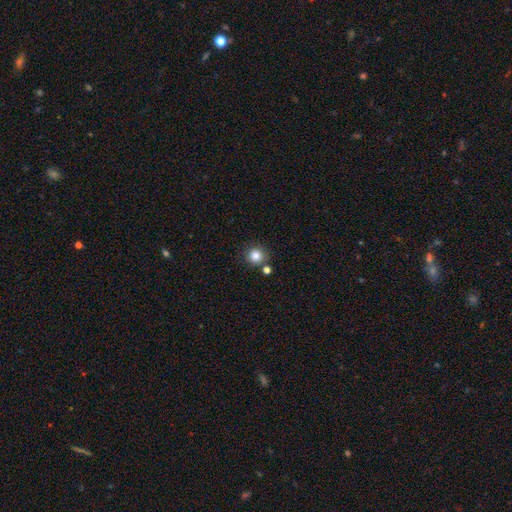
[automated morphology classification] type=smooth (83%); roundness=round (92%); merging=none (79%).